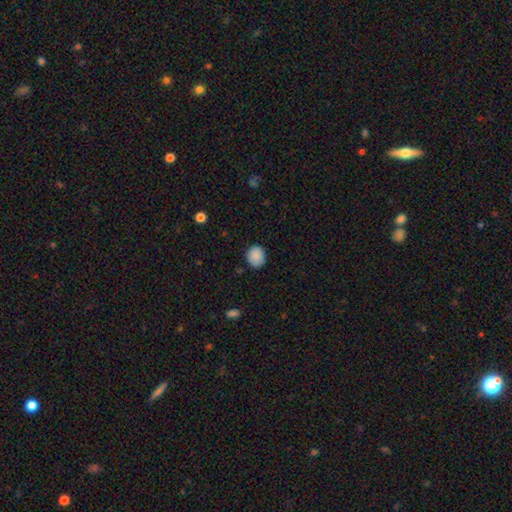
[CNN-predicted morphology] A smooth galaxy with no disk features (88%) that is round (67%).

Vote fractions:
- Smooth or featured? smooth: 88% / star or artifact: 8% / featured or disk: 4%
- How rounded? round: 67% / in between: 33% / cigar-shaped: 1%
- Merging? none: 82% / minor disturbance: 14% / major disturbance: 3% / merger: 1%